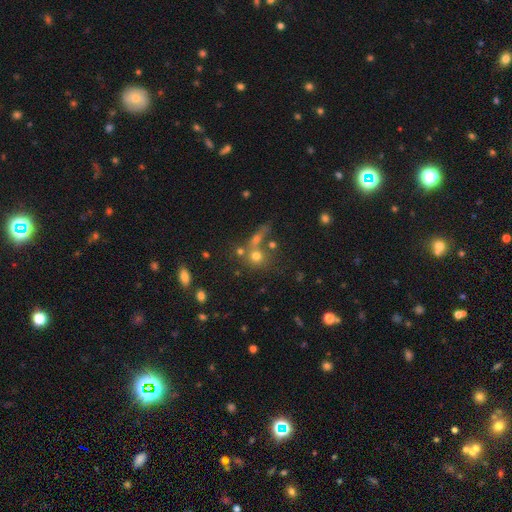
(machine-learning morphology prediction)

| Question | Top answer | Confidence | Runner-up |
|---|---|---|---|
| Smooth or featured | smooth | 64% | star or artifact (19%) |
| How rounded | round | 82% | in between (15%) |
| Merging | none | 49% | merger (33%) |